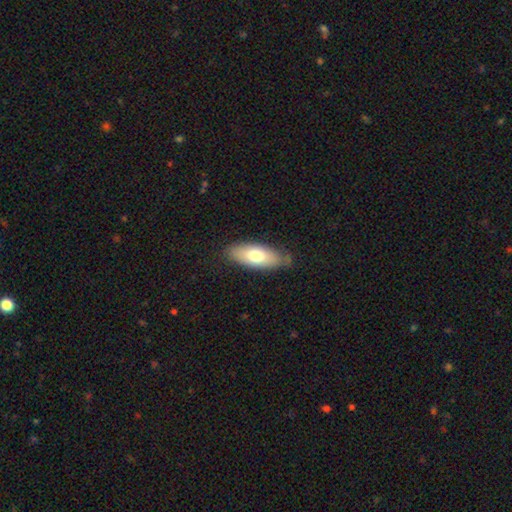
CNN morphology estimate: smooth-or-featured: smooth: 72% | featured or disk: 22% | star or artifact: 6%
  how-rounded: in between: 79% | cigar-shaped: 19% | round: 2%
  merging: none: 78% | minor disturbance: 17% | major disturbance: 3% | merger: 2%